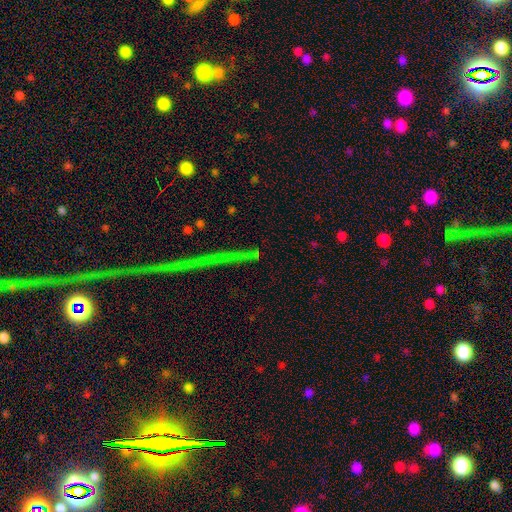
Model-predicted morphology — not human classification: A star or artifact, not a galaxy (81%).

Vote fractions:
- Smooth or featured? star or artifact: 81% / featured or disk: 10% / smooth: 9%